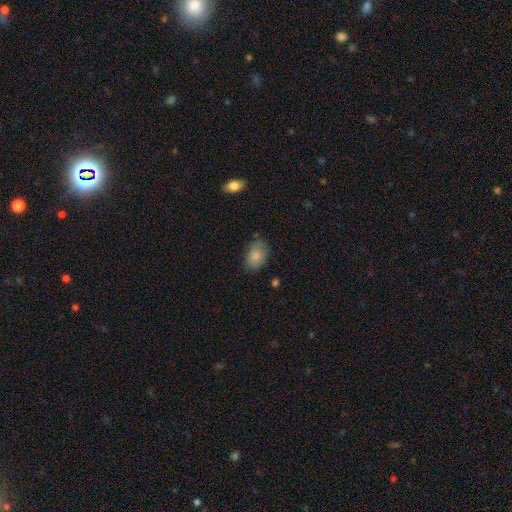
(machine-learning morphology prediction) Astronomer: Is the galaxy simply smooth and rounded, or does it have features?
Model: smooth — 83%.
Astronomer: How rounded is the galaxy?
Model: in between — 86%.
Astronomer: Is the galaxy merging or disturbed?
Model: none — 70%.